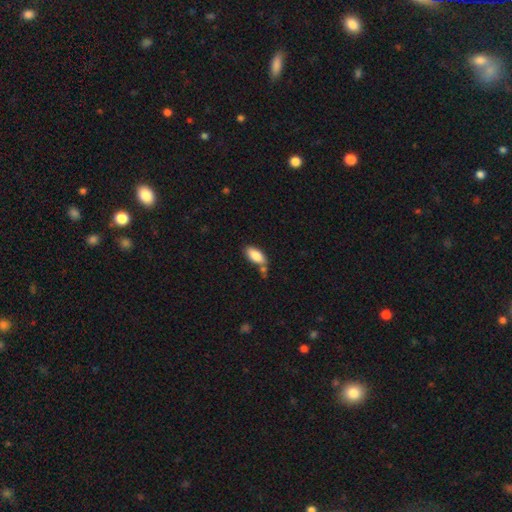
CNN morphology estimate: This is clearly a smooth galaxy (86%). How rounded: clearly in between (89%). Merging: likely none (65%).